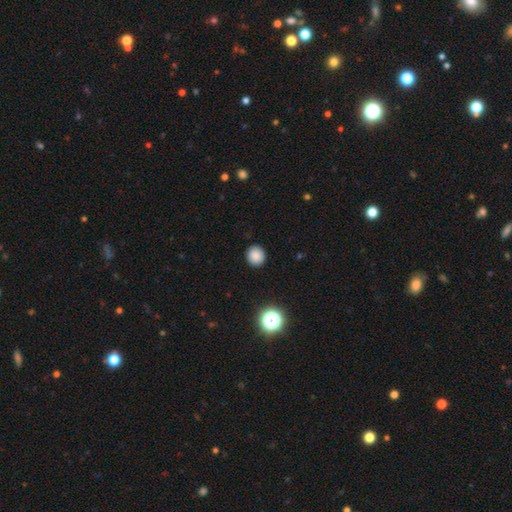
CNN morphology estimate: Smooth or featured? Predicted: smooth (p=0.85). How rounded? Predicted: round (p=0.87). Merging? Predicted: none (p=0.91).